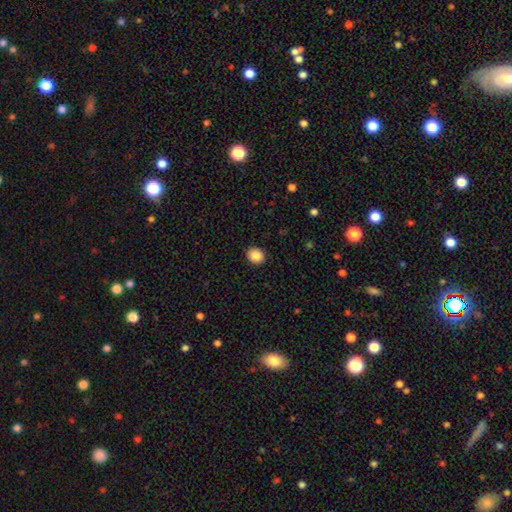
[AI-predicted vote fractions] smooth_or_featured: smooth (p=0.87) [alt: star or artifact p=0.09]
how_rounded: round (p=0.70) [alt: in between p=0.29]
merging: none (p=0.91) [alt: minor disturbance p=0.06]